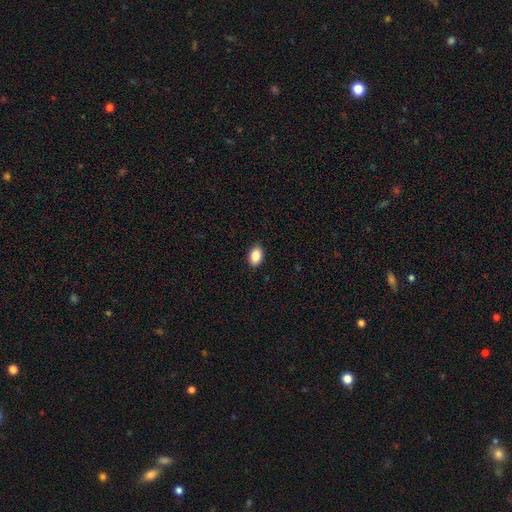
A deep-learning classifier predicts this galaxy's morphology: Smooth or featured?
  - smooth: 89% *
  - star or artifact: 8%
  - featured or disk: 4%
How rounded?
  - in between: 88% *
  - round: 11%
  - cigar-shaped: 1%
Merging?
  - none: 89% *
  - minor disturbance: 8%
  - major disturbance: 2%
  - merger: 1%